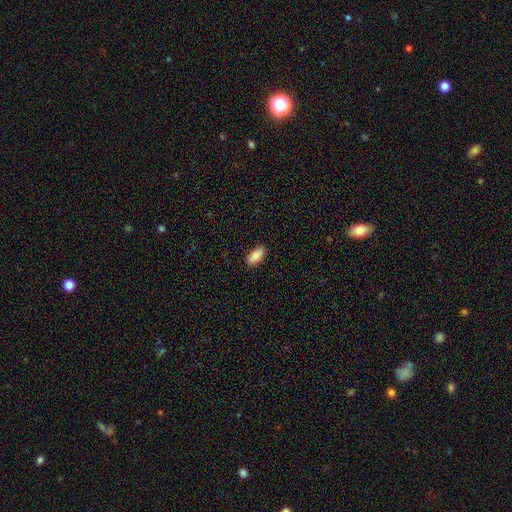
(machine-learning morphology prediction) type=smooth (90%); roundness=in between (91%); merging=none (89%).